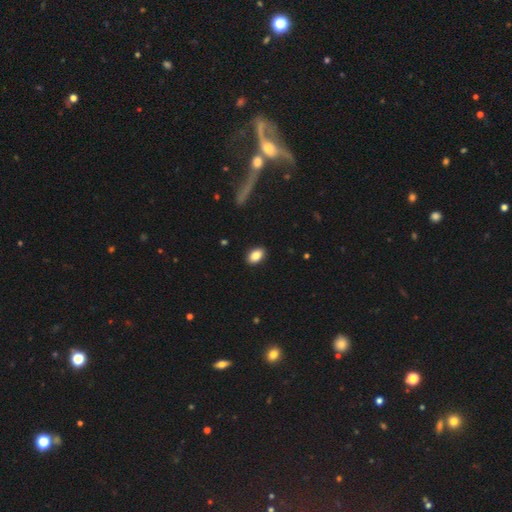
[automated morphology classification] smooth 85%, star or artifact 8%, featured or disk 7%. Down the decision tree: how rounded — in between (89%); merging — none (90%).